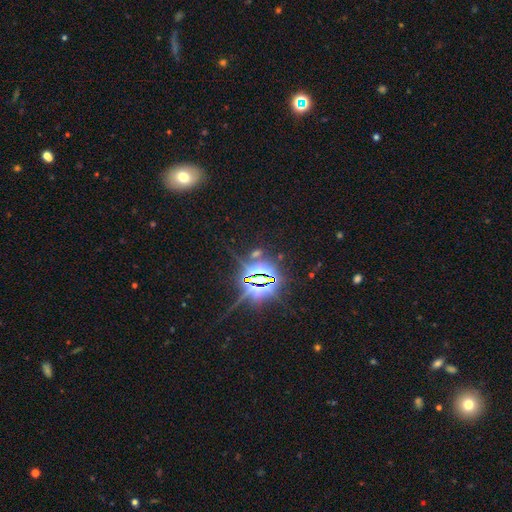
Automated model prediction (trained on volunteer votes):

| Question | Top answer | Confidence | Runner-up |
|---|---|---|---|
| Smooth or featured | star or artifact | 83% | featured or disk (9%) |